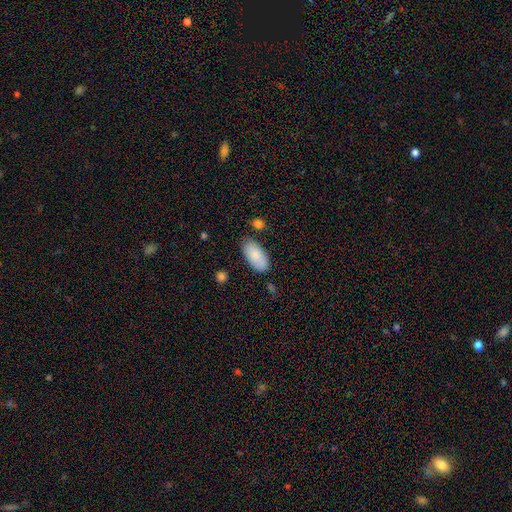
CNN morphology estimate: A smooth galaxy with no disk features (86%) that is in between round and cigar-shaped (94%). Merging: none (77%).